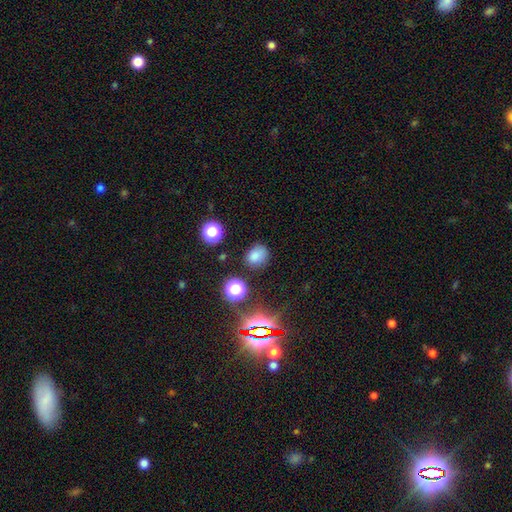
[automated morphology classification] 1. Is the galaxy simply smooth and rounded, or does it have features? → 75% smooth, 18% star or artifact, 7% featured or disk.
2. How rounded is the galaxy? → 55% round, 44% in between, 1% cigar-shaped.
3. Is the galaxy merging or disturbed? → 76% none, 16% minor disturbance, 5% major disturbance, 4% merger.